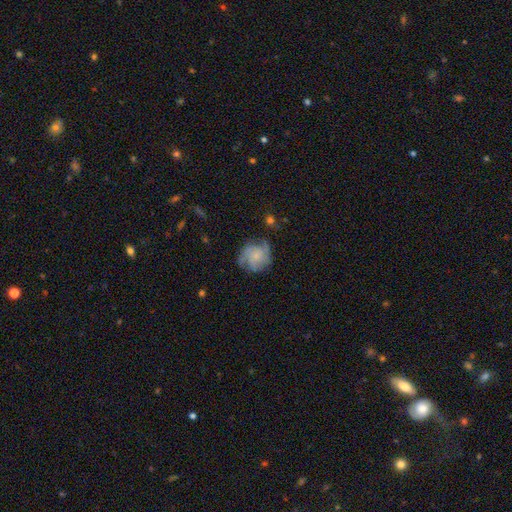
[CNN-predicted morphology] A featured or disk galaxy (61%) with no bar (80%), 3 (31%) medium (43%) spiral arms (89%) and a small central bulge (61%).

Vote fractions:
- Smooth or featured? featured or disk: 61% / smooth: 30% / star or artifact: 9%
- Edge-on disk? no: 98% / yes: 2%
- Bar? no: 80% / weak: 17% / strong: 3%
- Spiral arms? yes: 89% / no: 11%
- Spiral winding? medium: 43% / tight: 37% / loose: 21%
- Spiral arm count? 3: 31% / can't tell: 25% / 2: 19% / 4: 12% / 1: 6% / more than 4: 6%
- Bulge size? small: 61% / moderate: 17% / none: 17% / large: 3% / dominant: 1%
- Merging? none: 64% / minor disturbance: 22% / major disturbance: 12% / merger: 2%